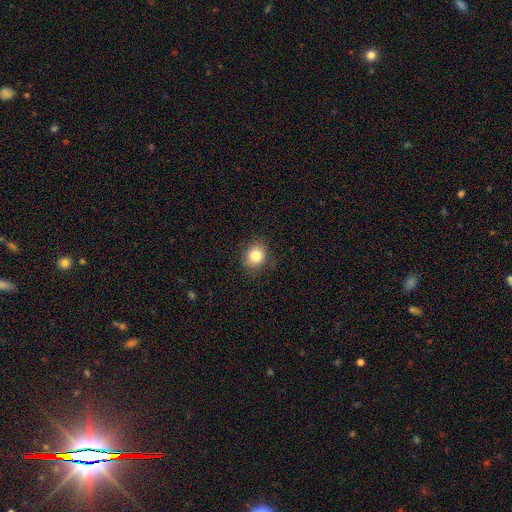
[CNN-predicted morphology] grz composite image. It shows a smooth galaxy with no disk features (82%) that is round (68%). Merging: none (84%).